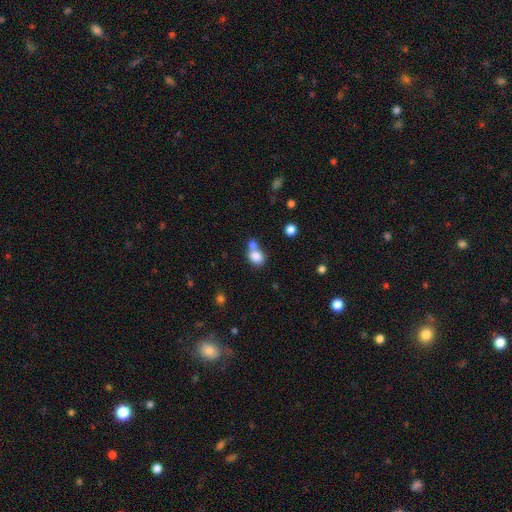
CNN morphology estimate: smooth_or_featured: smooth (p=0.81) [alt: star or artifact p=0.10]
how_rounded: round (p=0.55) [alt: in between p=0.44]
merging: merger (p=0.53) [alt: none p=0.34]